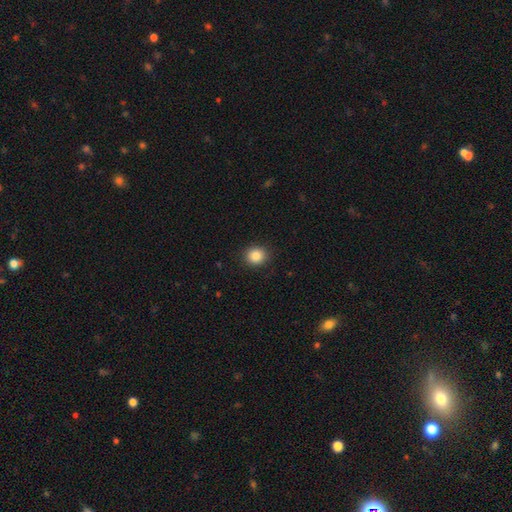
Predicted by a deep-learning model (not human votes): Smooth or featured? Predicted: smooth (p=0.86). How rounded? Predicted: round (p=0.82). Merging? Predicted: none (p=0.90).